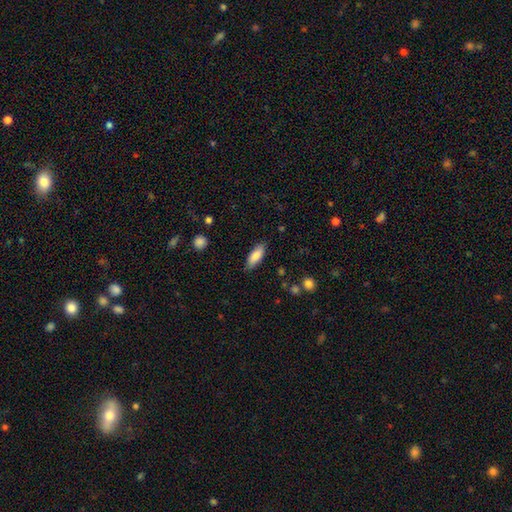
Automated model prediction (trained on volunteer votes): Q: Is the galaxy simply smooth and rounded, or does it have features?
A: smooth — 84%.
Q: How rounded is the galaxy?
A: in between — 69%.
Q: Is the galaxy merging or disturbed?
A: none — 85%.